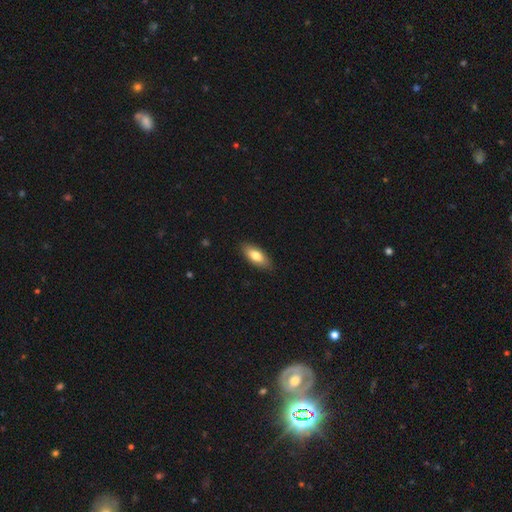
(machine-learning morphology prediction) Smooth or featured?
  - smooth: 77% *
  - featured or disk: 17%
  - star or artifact: 6%
How rounded?
  - in between: 82% *
  - cigar-shaped: 16%
  - round: 2%
Merging?
  - none: 87% *
  - minor disturbance: 10%
  - major disturbance: 2%
  - merger: 1%